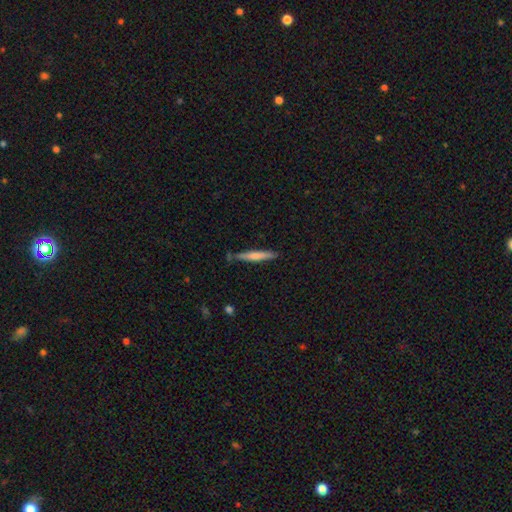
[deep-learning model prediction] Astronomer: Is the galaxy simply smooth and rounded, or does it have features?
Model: smooth — 65%.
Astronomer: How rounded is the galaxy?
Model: cigar-shaped — 94%.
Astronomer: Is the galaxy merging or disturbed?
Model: none — 80%.